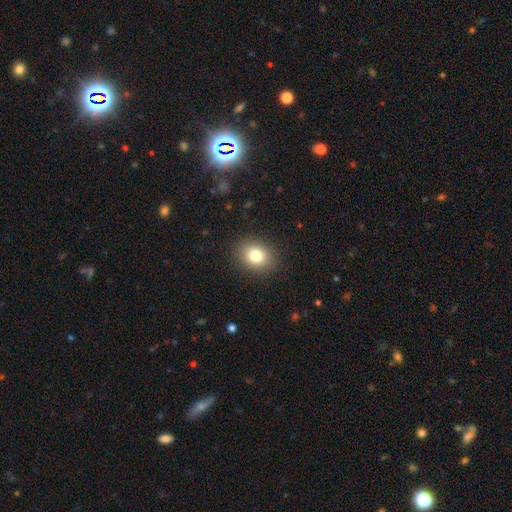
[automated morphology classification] A smooth galaxy with no disk features (81%) that is round (56%). Merging: none (89%).